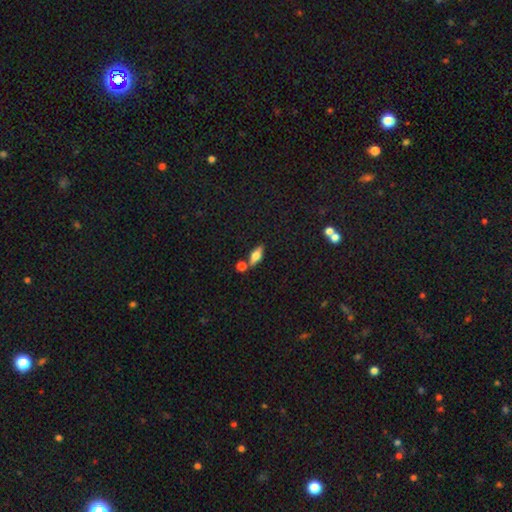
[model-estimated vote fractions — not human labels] Morphology: type=smooth (60%); roundness=in between (73%); merging=none (69%).